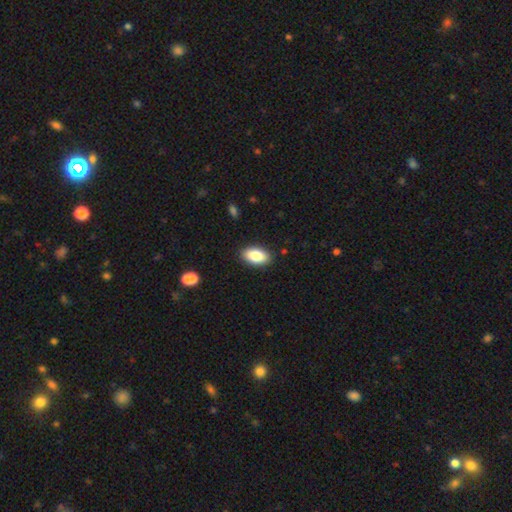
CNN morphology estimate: A smooth galaxy with no disk features (85%) that is in between round and cigar-shaped (93%).

Vote fractions:
- Smooth or featured? smooth: 85% / featured or disk: 8% / star or artifact: 7%
- How rounded? in between: 93% / round: 4% / cigar-shaped: 3%
- Merging? none: 88% / minor disturbance: 8% / major disturbance: 2% / merger: 1%